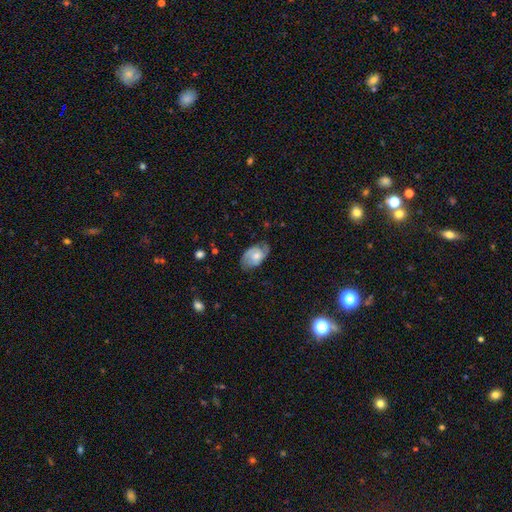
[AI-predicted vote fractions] Smooth or featured: featured or disk — 48% (smooth — 45%)
Merging: none — 62% (minor disturbance — 28%)